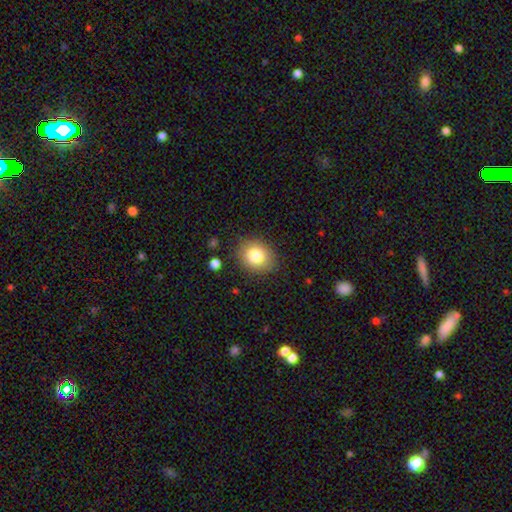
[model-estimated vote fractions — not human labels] Smooth or featured?
  - smooth: 81% *
  - star or artifact: 10%
  - featured or disk: 9%
How rounded?
  - round: 59% *
  - in between: 40%
  - cigar-shaped: 1%
Merging?
  - none: 85% *
  - minor disturbance: 10%
  - major disturbance: 3%
  - merger: 2%